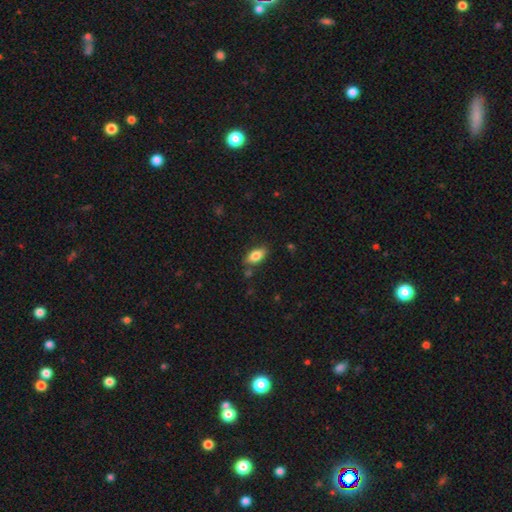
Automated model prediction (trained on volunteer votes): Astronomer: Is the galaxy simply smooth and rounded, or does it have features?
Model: smooth — 81%.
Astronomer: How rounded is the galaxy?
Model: in between — 87%.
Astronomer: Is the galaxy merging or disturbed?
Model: none — 81%.